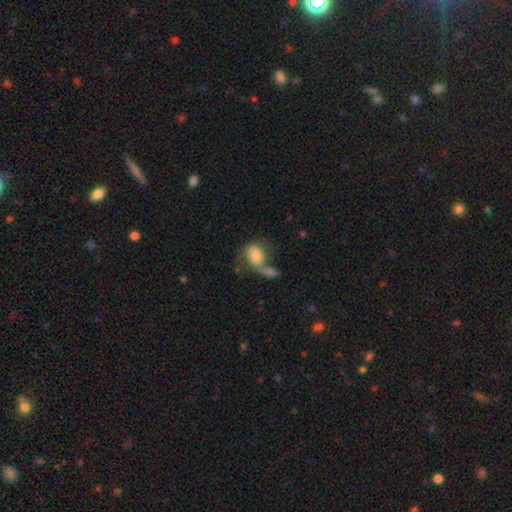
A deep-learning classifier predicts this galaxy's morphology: smooth_or_featured: smooth (p=0.56) [alt: featured or disk p=0.35]
how_rounded: in between (p=0.69) [alt: round p=0.29]
merging: merger (p=0.42) [alt: none p=0.24]